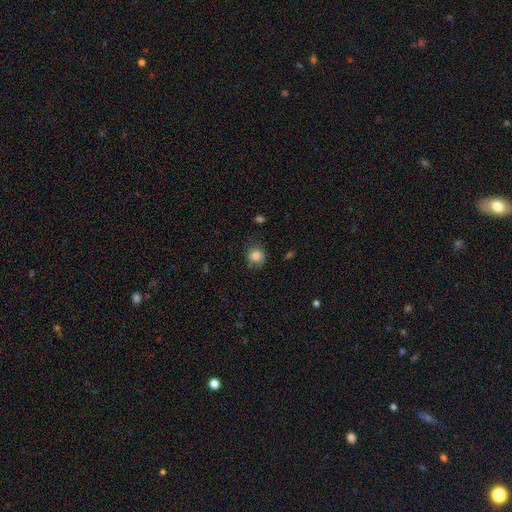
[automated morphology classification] smooth_or_featured: smooth (p=0.81) [alt: star or artifact p=0.10]
how_rounded: round (p=0.86) [alt: in between p=0.13]
merging: none (p=0.75) [alt: minor disturbance p=0.18]